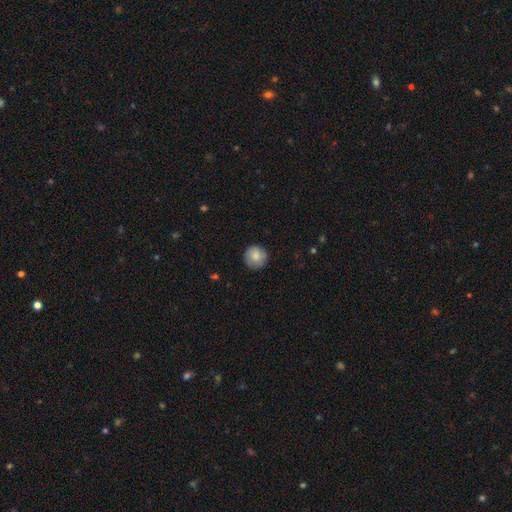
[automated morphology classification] smooth-or-featured: smooth: 83% | featured or disk: 10% | star or artifact: 7%
  how-rounded: round: 95% | in between: 4% | cigar-shaped: 1%
  merging: none: 88% | minor disturbance: 9% | major disturbance: 2% | merger: 1%